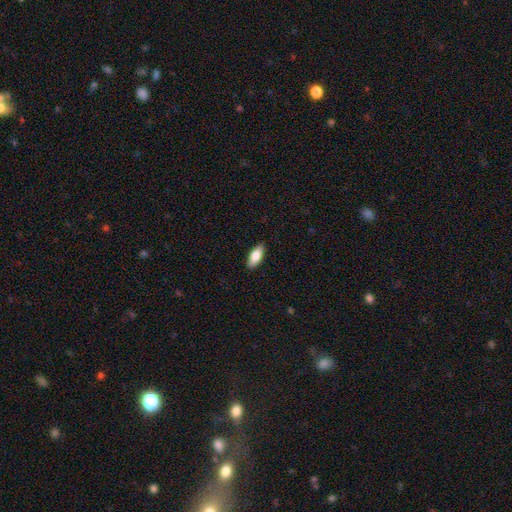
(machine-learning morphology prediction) A smooth galaxy with no disk features (80%) that is in between round and cigar-shaped (83%). Merging: none (89%).